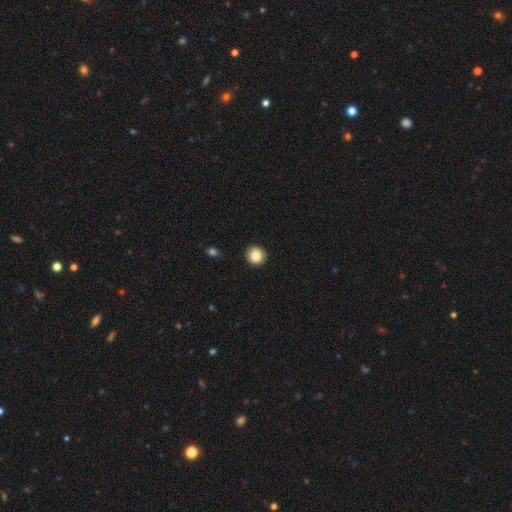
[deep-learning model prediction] Overall: smooth (87%). How rounded: round (91%). Merging: none (90%).